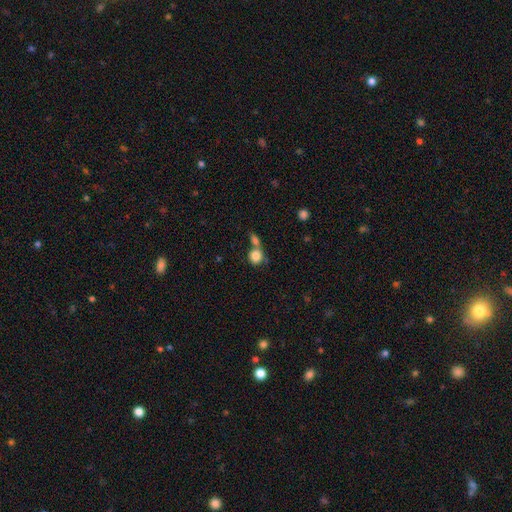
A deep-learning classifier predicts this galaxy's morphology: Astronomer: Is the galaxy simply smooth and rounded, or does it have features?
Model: smooth — 83%.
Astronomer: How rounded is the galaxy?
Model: round — 76%.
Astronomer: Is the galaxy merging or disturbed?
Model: merger — 46% (runner-up: none, 39%).